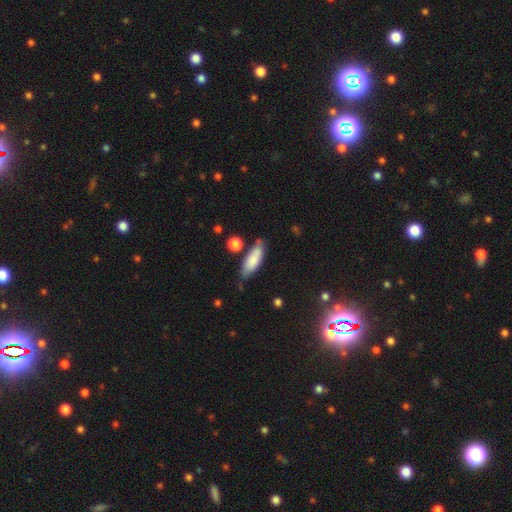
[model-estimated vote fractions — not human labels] Q: Smooth or featured?
A: smooth (76%); runner-up: featured or disk (16%)
Q: How rounded?
A: in between (61%); runner-up: cigar-shaped (37%)
Q: Merging?
A: none (71%); runner-up: minor disturbance (19%)